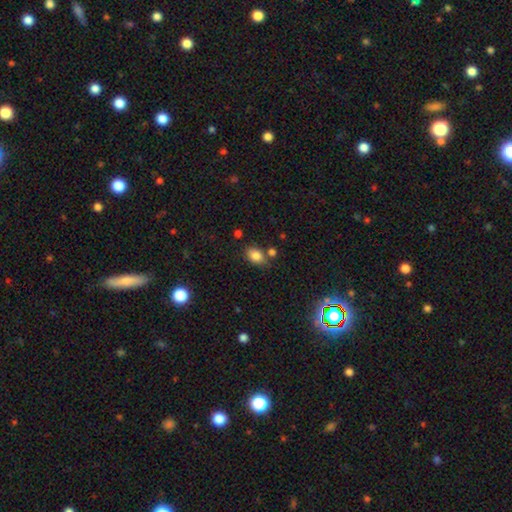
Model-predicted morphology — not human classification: Smooth or featured: smooth — 83% (star or artifact — 10%)
How rounded: in between — 77% (round — 22%)
Merging: none — 68% (minor disturbance — 17%)